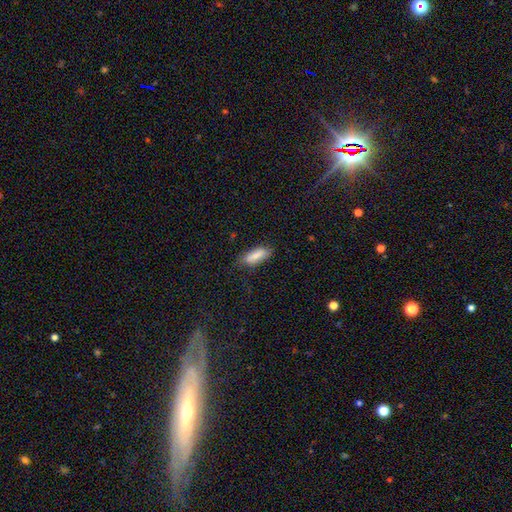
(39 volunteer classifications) Smooth or featured: smooth — 90% (featured or disk — 10%)
How rounded: in between — 69% (cigar-shaped — 29%)
Merging: none — 85% (minor disturbance — 10%)